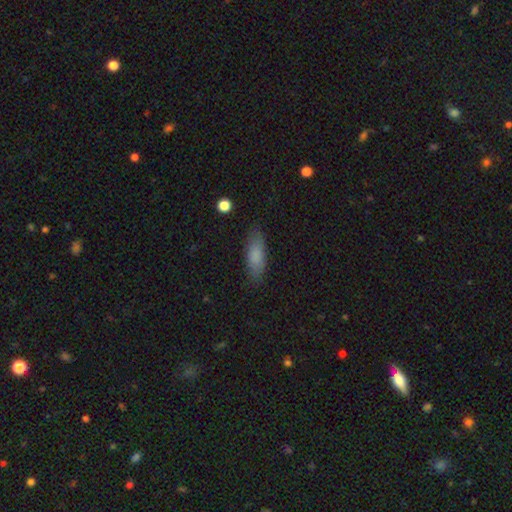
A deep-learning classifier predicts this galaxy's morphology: Smooth or featured? smooth (82%)
How rounded? in between (58%)
Merging? none (83%)